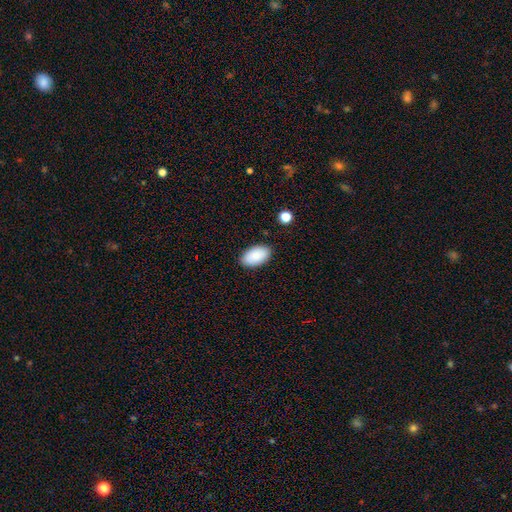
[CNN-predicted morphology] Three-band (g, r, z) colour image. It shows a smooth galaxy with no disk features (89%) that is in between round and cigar-shaped (95%). Merging: none (87%).